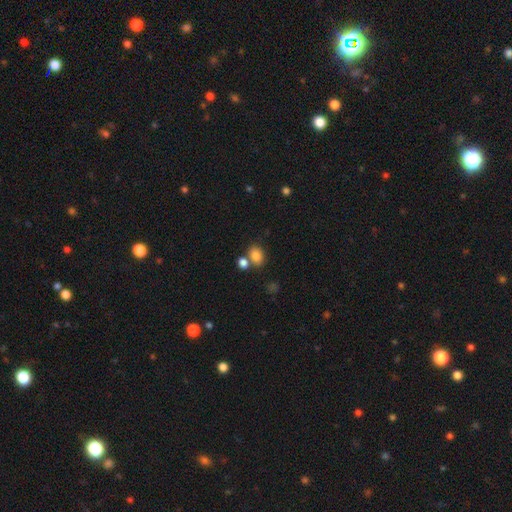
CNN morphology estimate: Smooth or featured?
  - smooth: 83% *
  - star or artifact: 11%
  - featured or disk: 6%
How rounded?
  - in between: 63% *
  - round: 36%
  - cigar-shaped: 1%
Merging?
  - none: 59% *
  - merger: 26%
  - minor disturbance: 11%
  - major disturbance: 4%